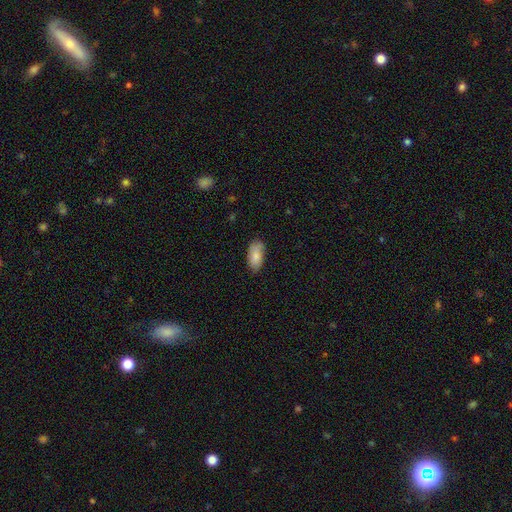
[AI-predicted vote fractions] Smooth or featured?
  - smooth: 83% *
  - featured or disk: 10%
  - star or artifact: 6%
How rounded?
  - in between: 91% *
  - cigar-shaped: 6%
  - round: 3%
Merging?
  - none: 76% *
  - minor disturbance: 19%
  - major disturbance: 3%
  - merger: 1%